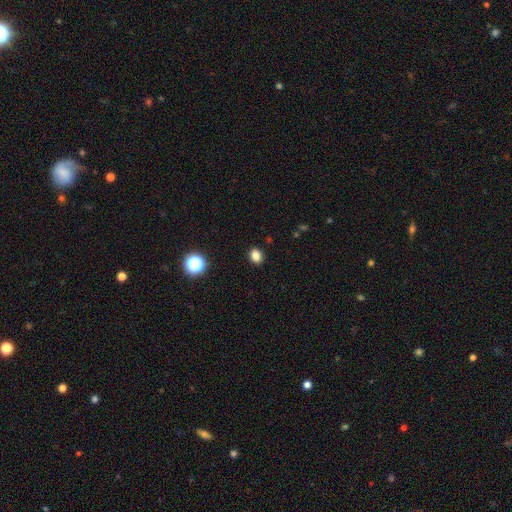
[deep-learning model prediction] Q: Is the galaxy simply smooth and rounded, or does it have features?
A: smooth — 83%.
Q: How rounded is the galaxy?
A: round — 52%.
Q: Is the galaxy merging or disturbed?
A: none — 90%.